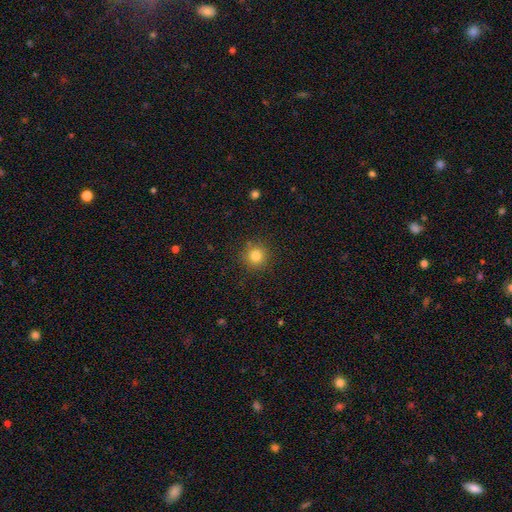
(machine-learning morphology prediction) This appears to be a smooth galaxy with no disk features (81%) that is round (94%). Merging: none (89%).